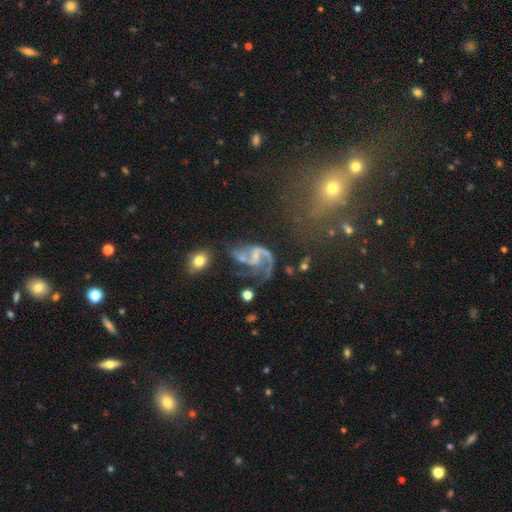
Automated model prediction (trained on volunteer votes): smooth-or-featured: featured or disk: 84% | star or artifact: 8% | smooth: 8%
  disk-edge-on: no: 98% | yes: 2%
    bar: weak: 43% | no: 41% | strong: 16%
    has-spiral-arms: yes: 92% | no: 8%
      spiral-winding: loose: 55% | medium: 36% | tight: 9%
      spiral-arm-count: 2: 67% | 1: 18% | can't tell: 6% | 3: 5% | 4: 2% | more than 4: 2%
    bulge-size: small: 60% | moderate: 20% | none: 17% | large: 2% | dominant: 1%
  merging: major disturbance: 35% | none: 29% | merger: 21% | minor disturbance: 15%